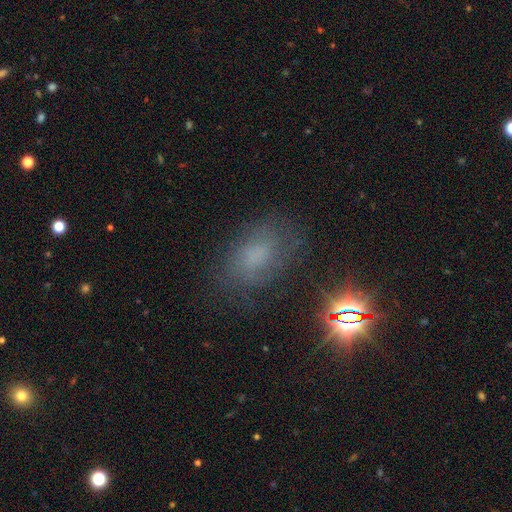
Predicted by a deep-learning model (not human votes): Overall: smooth (48%; star or artifact 26%). Merging: none (69%).